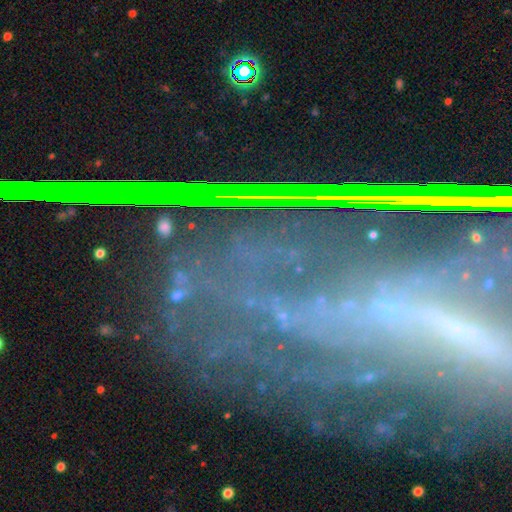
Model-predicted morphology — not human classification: A star or artifact, not a galaxy (75%).

Vote fractions:
- Smooth or featured? star or artifact: 75% / featured or disk: 15% / smooth: 9%